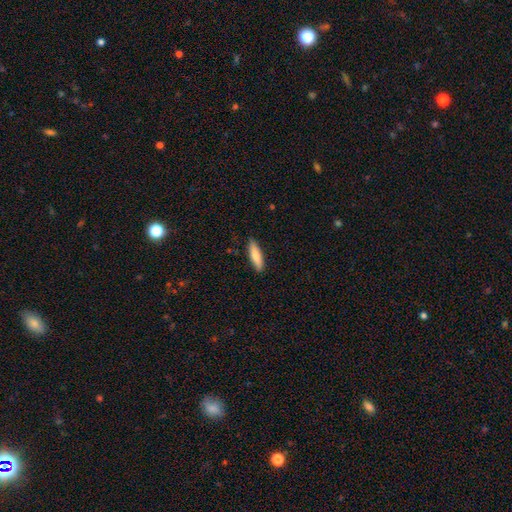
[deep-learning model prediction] A smooth galaxy with no disk features (81%) that is cigar-shaped (69%). Merging: none (88%).